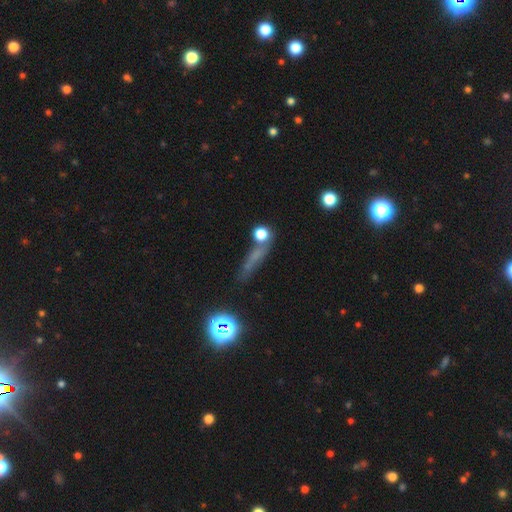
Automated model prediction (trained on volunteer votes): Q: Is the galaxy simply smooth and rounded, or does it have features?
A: smooth — 48%.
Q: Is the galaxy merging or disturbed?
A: none — 63%.